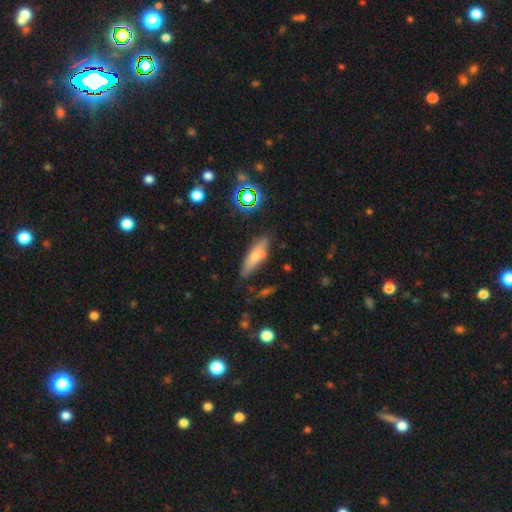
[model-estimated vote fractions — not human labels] This is likely a smooth galaxy (66%). How rounded: possibly in between (53%). Merging: likely none (70%).